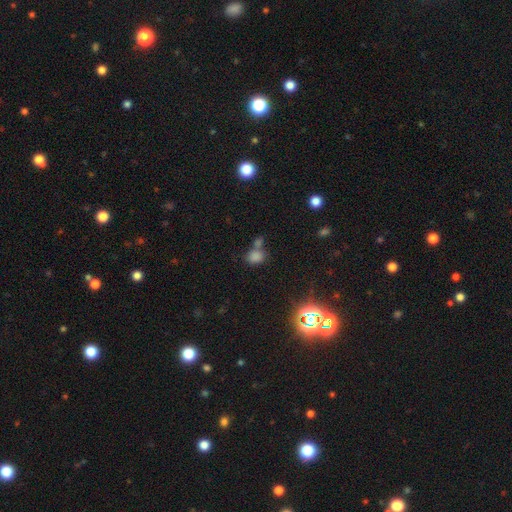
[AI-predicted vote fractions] smooth-or-featured: smooth: 75% | star or artifact: 18% | featured or disk: 7%
  how-rounded: in between: 53% | round: 45% | cigar-shaped: 2%
  merging: none: 46% | merger: 36% | minor disturbance: 12% | major disturbance: 6%